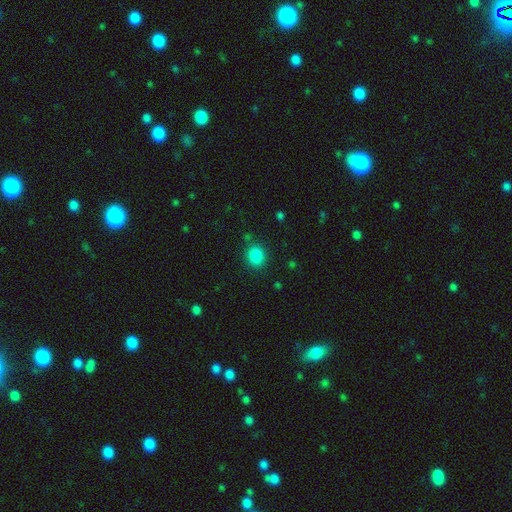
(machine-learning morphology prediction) Overall: smooth (86%). How rounded: round (68%; in between 31%). Merging: none (85%).